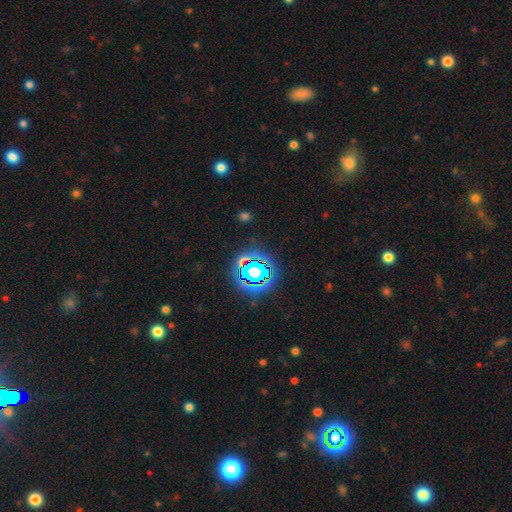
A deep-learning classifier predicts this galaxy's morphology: smooth_or_featured: star or artifact (p=0.79) [alt: smooth p=0.14]